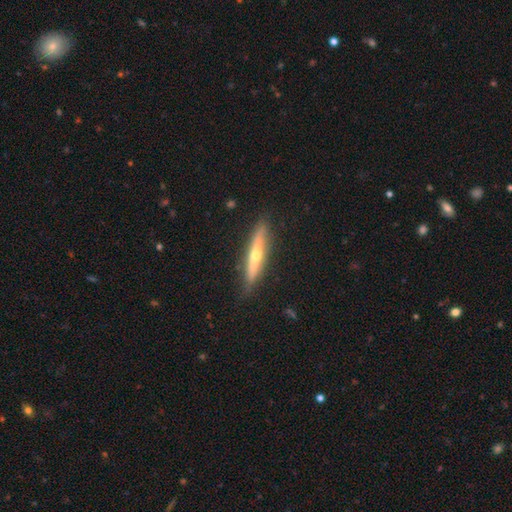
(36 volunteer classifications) Smooth or featured: featured or disk — 72% (smooth — 22%)
Edge-on disk: yes — 92% (no — 8%)
Edge-on bulge: rounded — 79% (none — 17%)
Merging: none — 76% (minor disturbance — 18%)